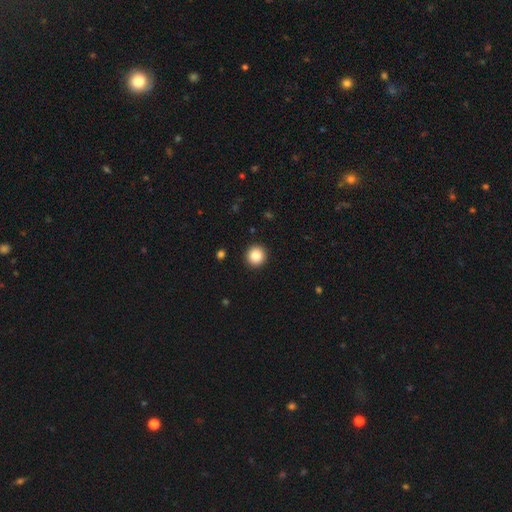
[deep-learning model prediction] A smooth galaxy with no disk features (86%) that is round (95%). Merging: none (93%).